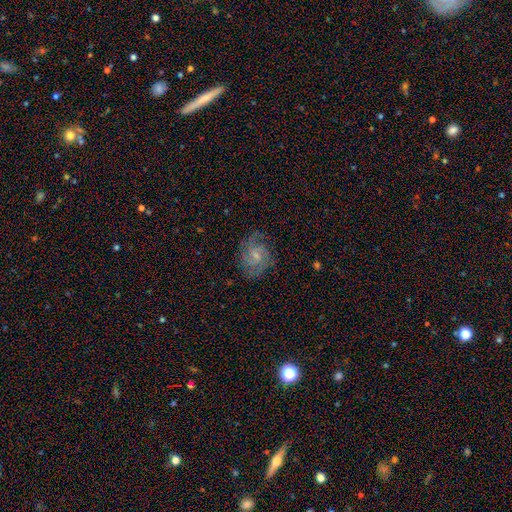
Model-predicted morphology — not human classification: featured or disk 66%, smooth 25%, star or artifact 9%. Down the decision tree: edge-on disk — no (97%); bar — no (51%); spiral arms — yes (90%); spiral arm count — can't tell (33%); spiral winding — tight (44%); bulge size — small (59%); merging — none (71%).